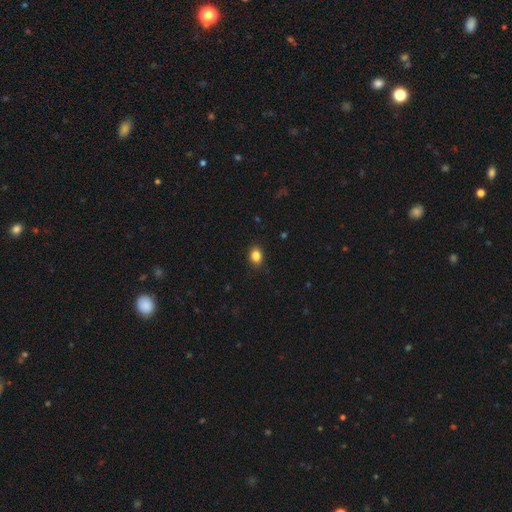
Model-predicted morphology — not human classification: type=smooth (85%); roundness=in between (61%); merging=none (88%).